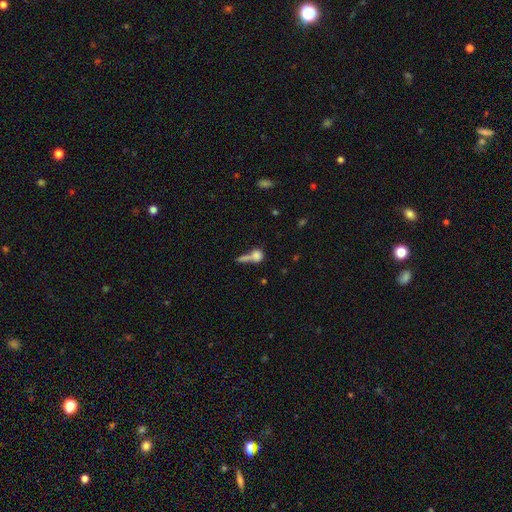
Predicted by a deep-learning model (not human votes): Smooth or featured? smooth (74%)
How rounded? round (57%)
Merging? merger (50%)